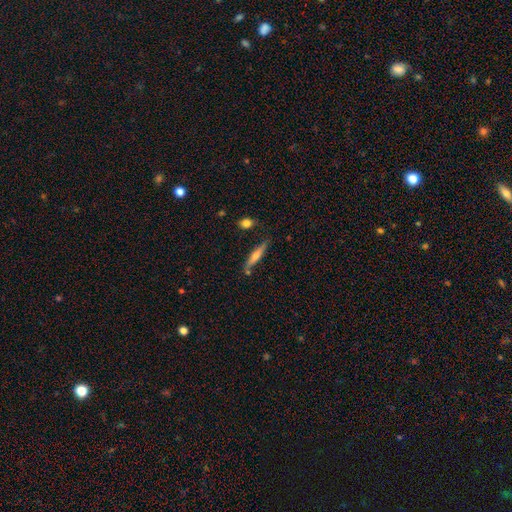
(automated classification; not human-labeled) Morphology: type=smooth (48%); merging=none (76%).